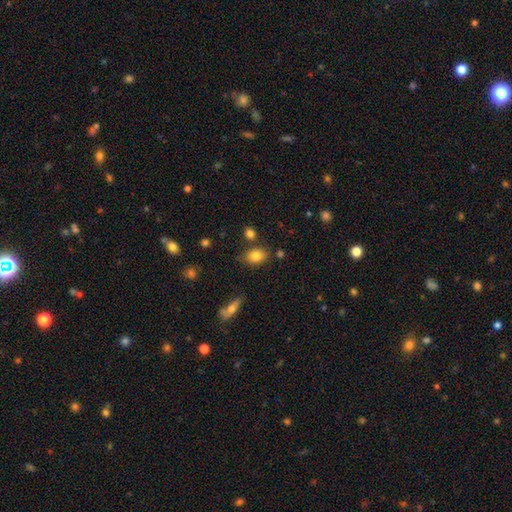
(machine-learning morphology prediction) A smooth galaxy with no disk features (83%) that is in between round and cigar-shaped (73%).

Vote fractions:
- Smooth or featured? smooth: 83% / star or artifact: 9% / featured or disk: 8%
- How rounded? in between: 73% / round: 25% / cigar-shaped: 2%
- Merging? none: 77% / minor disturbance: 13% / merger: 7% / major disturbance: 3%